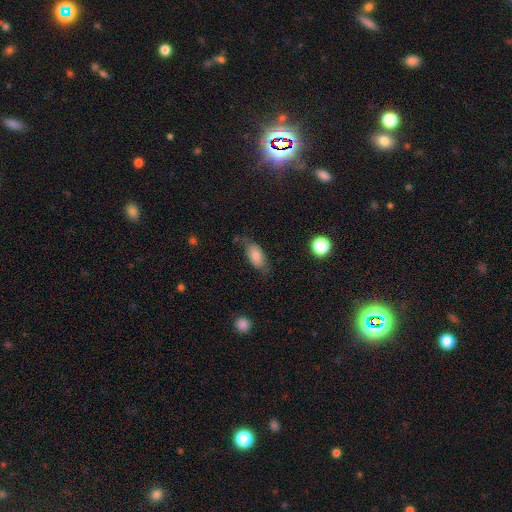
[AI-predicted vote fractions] This is likely a smooth galaxy (79%). How rounded: clearly in between (89%). Merging: likely none (64%).